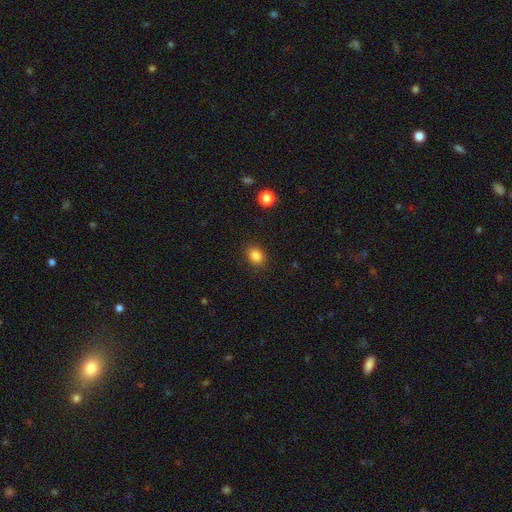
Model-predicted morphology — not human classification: Smooth or featured?
  - smooth: 85% *
  - star or artifact: 11%
  - featured or disk: 4%
How rounded?
  - in between: 56% *
  - round: 43%
  - cigar-shaped: 1%
Merging?
  - none: 86% *
  - minor disturbance: 10%
  - major disturbance: 3%
  - merger: 1%